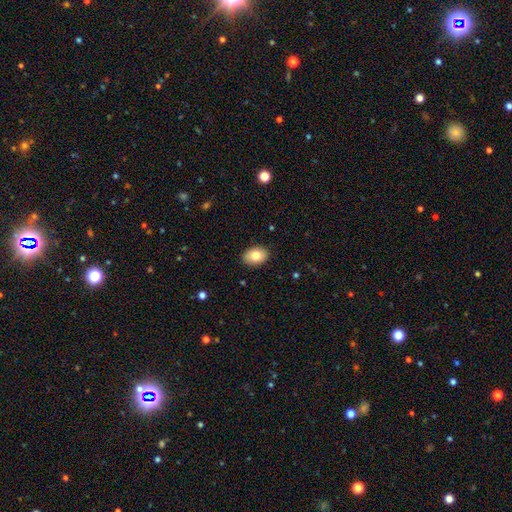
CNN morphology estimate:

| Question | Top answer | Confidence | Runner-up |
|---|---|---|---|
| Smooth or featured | smooth | 81% | featured or disk (12%) |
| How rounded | in between | 81% | round (18%) |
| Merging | none | 89% | minor disturbance (8%) |